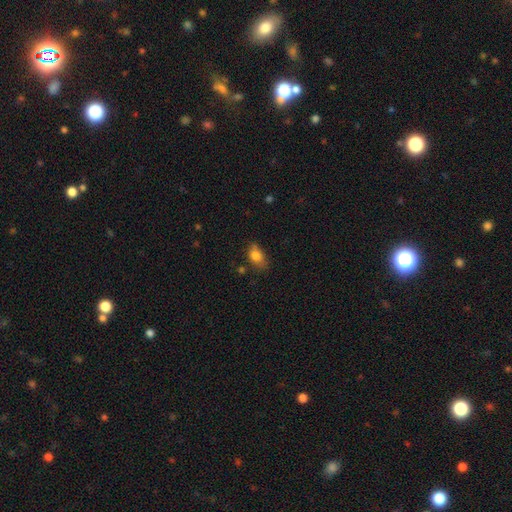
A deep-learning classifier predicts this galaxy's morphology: Smooth or featured?
  - smooth: 80% *
  - featured or disk: 11%
  - star or artifact: 9%
How rounded?
  - in between: 76% *
  - round: 21%
  - cigar-shaped: 3%
Merging?
  - none: 57% *
  - minor disturbance: 32%
  - major disturbance: 8%
  - merger: 4%